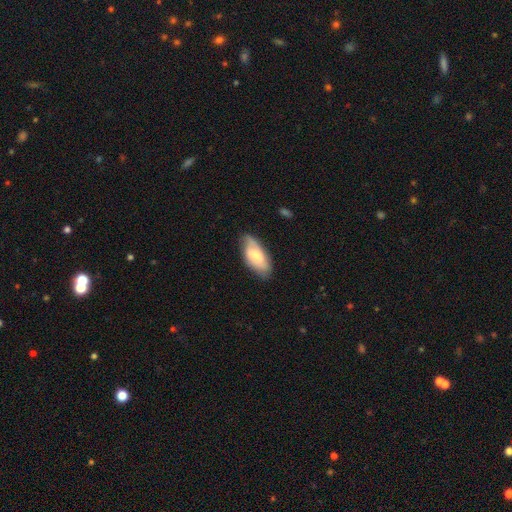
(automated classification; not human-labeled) smooth 60%, featured or disk 34%, star or artifact 6%. Down the decision tree: how rounded — in between (89%); merging — none (70%).